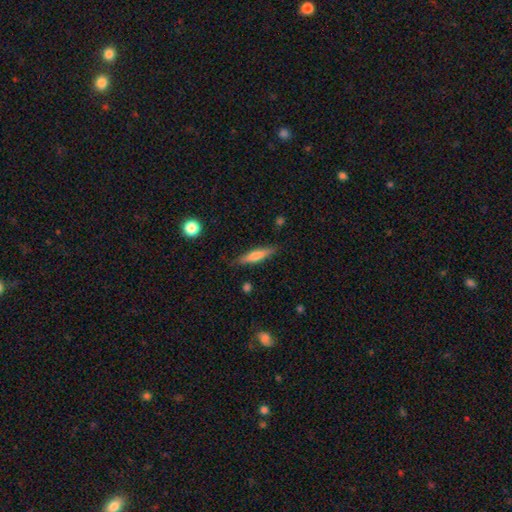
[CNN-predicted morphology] type=smooth (66%); roundness=cigar-shaped (83%); merging=none (84%).